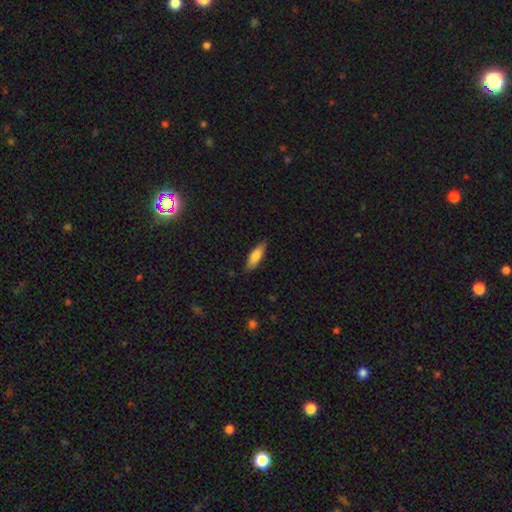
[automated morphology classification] Smooth or featured? Predicted: smooth (p=0.78). How rounded? Predicted: in between (p=0.50). Merging? Predicted: none (p=0.83).